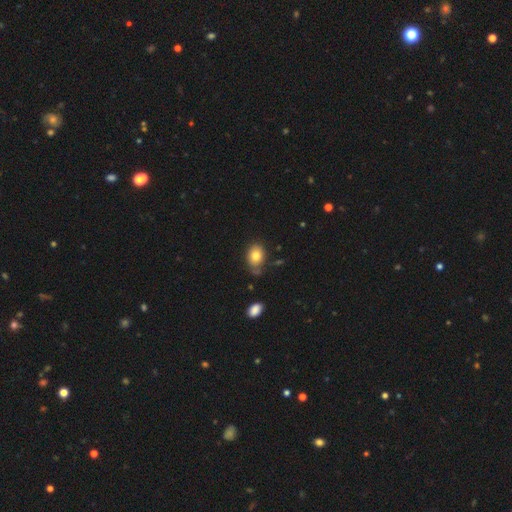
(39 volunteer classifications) Volunteers were most divided on "how rounded": in between: 68%, round: 32%, cigar-shaped: 0%. More confident: smooth or featured — smooth (72%); merging — none (62%).